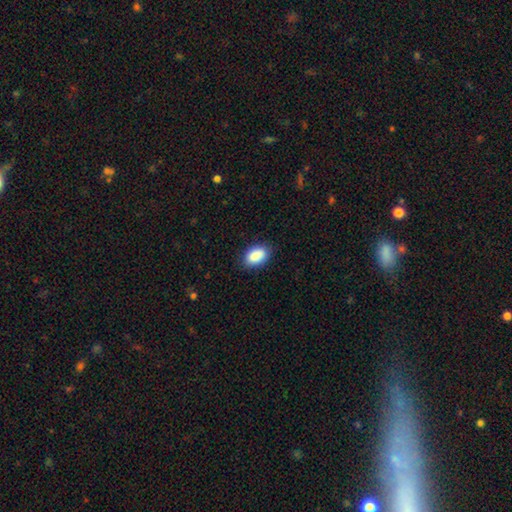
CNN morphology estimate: A smooth galaxy with no disk features (89%) that is in between round and cigar-shaped (90%). Merging: none (85%).